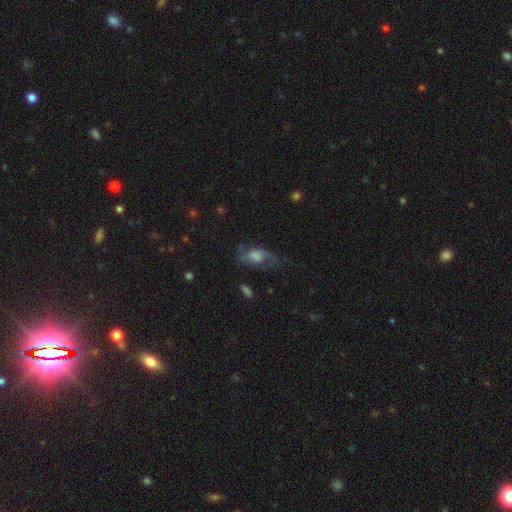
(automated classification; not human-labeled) featured or disk 54%, smooth 34%, star or artifact 12%. Down the decision tree: edge-on disk — no (88%); merging — none (47%).